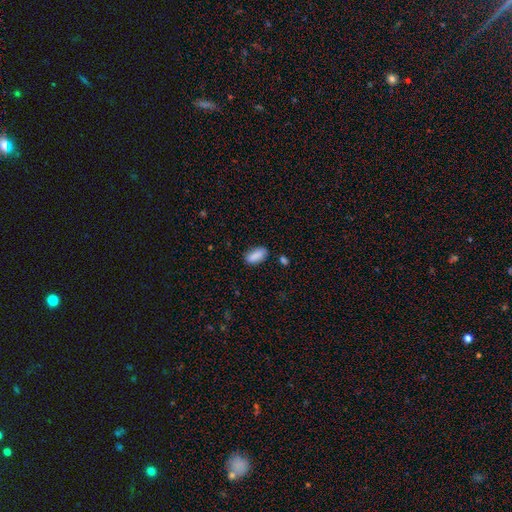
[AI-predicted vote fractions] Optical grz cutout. It shows a smooth galaxy with no disk features (87%) that is in between round and cigar-shaped (86%). Merging: none (78%).